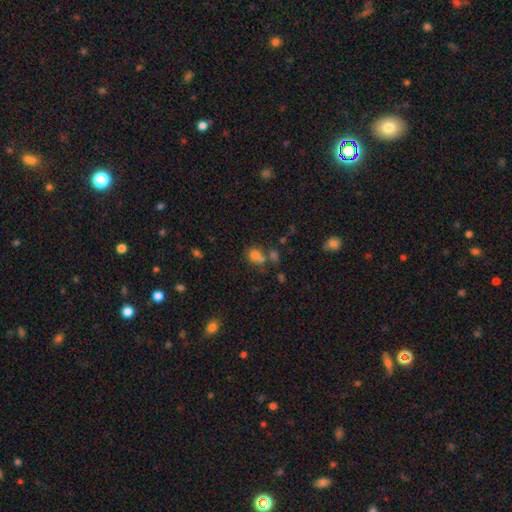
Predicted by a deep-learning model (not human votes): A smooth galaxy with no disk features (74%) that is in between round and cigar-shaped (55%). Merging: none (42%).